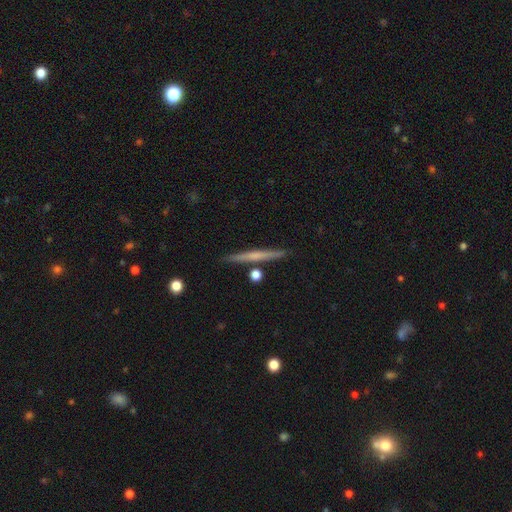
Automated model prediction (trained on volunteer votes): smooth-or-featured: featured or disk: 49% | smooth: 45% | star or artifact: 6%
  merging: none: 88% | minor disturbance: 7% | merger: 4% | major disturbance: 2%